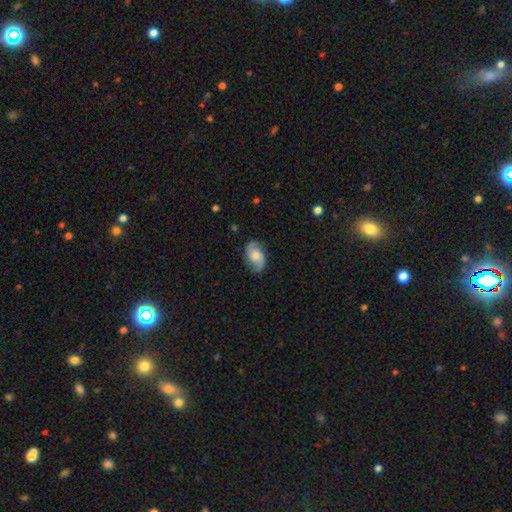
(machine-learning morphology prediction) The model was most divided on "spiral winding": medium: 44%, loose: 37%, tight: 19%. Remaining: edge-on disk — no (97%); spiral arms — yes (94%); spiral arm count — 2 (91%); merging — none (80%); smooth or featured — featured or disk (67%); bar — no (63%); bulge size — moderate (45%).